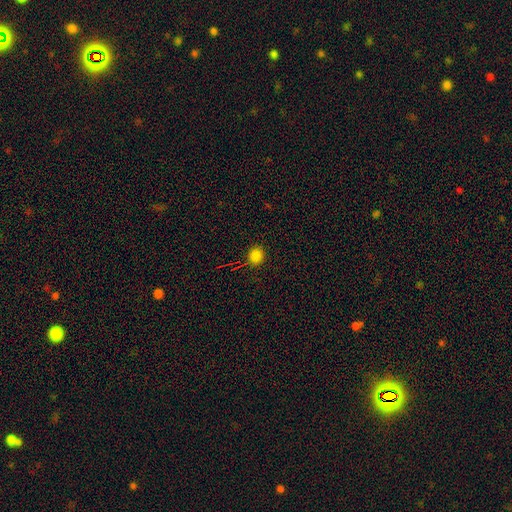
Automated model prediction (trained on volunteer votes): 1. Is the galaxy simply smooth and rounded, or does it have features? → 81% smooth, 14% star or artifact, 4% featured or disk.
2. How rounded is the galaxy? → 86% round, 13% in between, 1% cigar-shaped.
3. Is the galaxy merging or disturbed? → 90% none, 6% minor disturbance, 2% major disturbance, 1% merger.